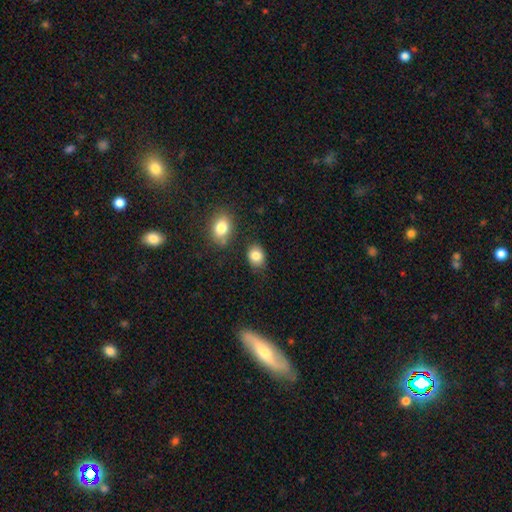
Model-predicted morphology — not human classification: Smooth or featured: smooth — 84% (star or artifact — 9%)
How rounded: in between — 60% (round — 39%)
Merging: none — 79% (minor disturbance — 13%)